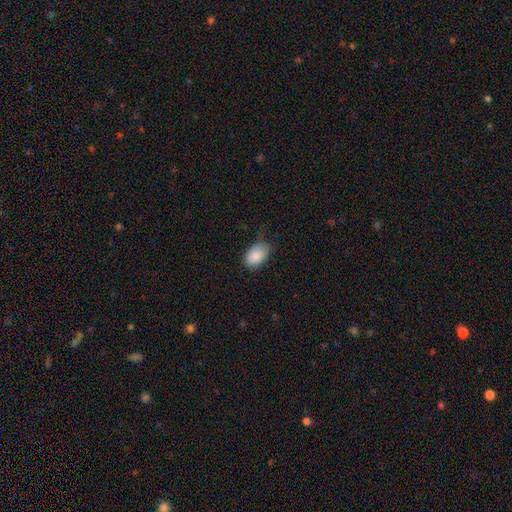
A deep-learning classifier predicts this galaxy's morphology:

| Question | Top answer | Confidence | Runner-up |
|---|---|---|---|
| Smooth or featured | smooth | 85% | featured or disk (8%) |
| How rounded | in between | 88% | round (11%) |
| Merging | none | 57% | minor disturbance (34%) |